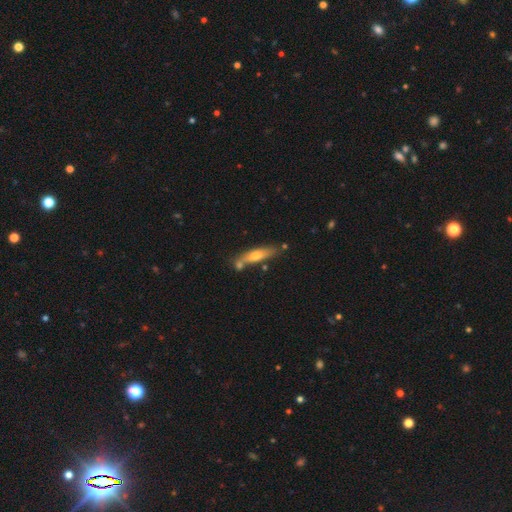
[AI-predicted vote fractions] The model was most divided on "smooth or featured": smooth: 56%, featured or disk: 38%, star or artifact: 6%. More confident: how rounded — cigar-shaped (72%); merging — none (61%).